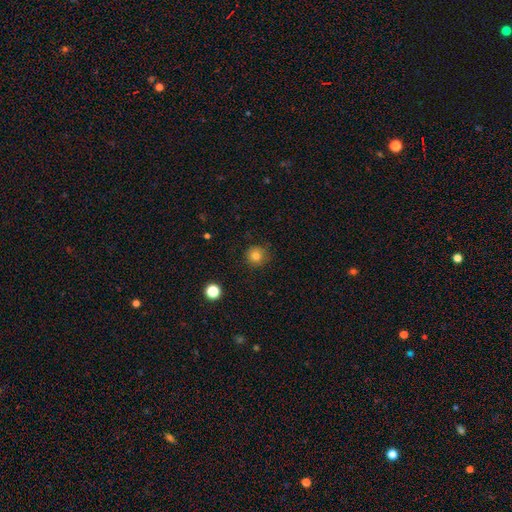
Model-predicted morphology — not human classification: smooth-or-featured: smooth: 82% | star or artifact: 13% | featured or disk: 5%
  how-rounded: round: 93% | in between: 6% | cigar-shaped: 1%
  merging: none: 87% | minor disturbance: 10% | major disturbance: 3% | merger: 1%